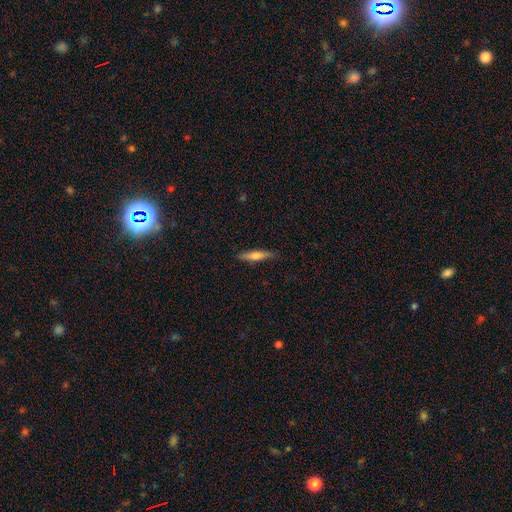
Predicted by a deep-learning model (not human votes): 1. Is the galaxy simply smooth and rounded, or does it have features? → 55% smooth, 39% featured or disk, 6% star or artifact.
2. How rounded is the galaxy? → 85% cigar-shaped, 13% in between, 2% round.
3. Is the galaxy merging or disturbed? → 87% none, 10% minor disturbance, 2% major disturbance, 1% merger.